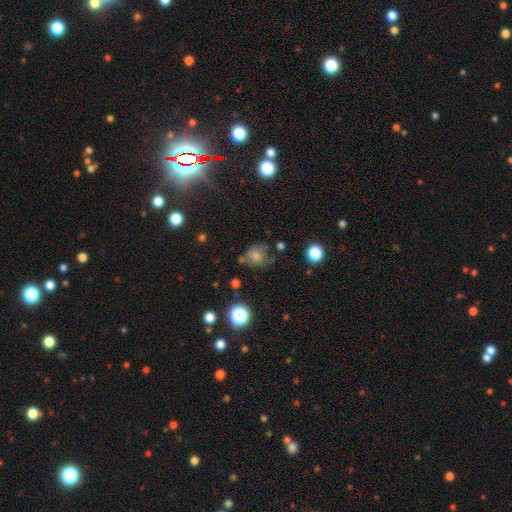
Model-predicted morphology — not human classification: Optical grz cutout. It shows a smooth galaxy with no disk features (70%) that is round (61%). Merging: none (50%).